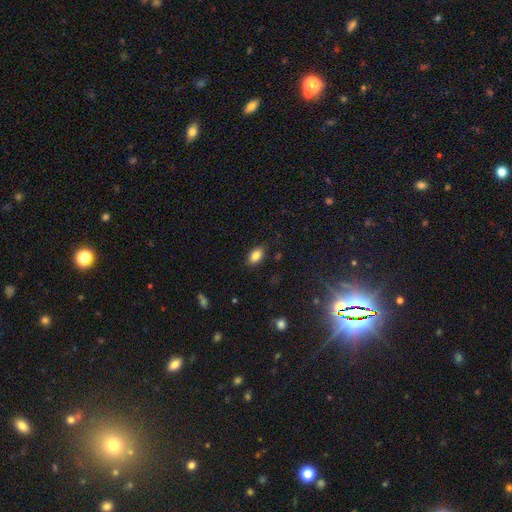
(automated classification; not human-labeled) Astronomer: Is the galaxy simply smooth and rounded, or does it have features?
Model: smooth — 84%.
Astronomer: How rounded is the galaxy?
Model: in between — 89%.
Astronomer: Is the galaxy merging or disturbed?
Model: none — 86%.